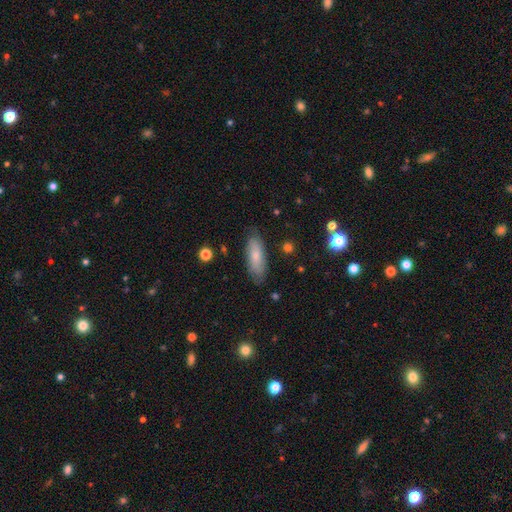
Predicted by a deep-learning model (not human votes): This appears to be a smooth galaxy with no disk features (68%) that is in between round and cigar-shaped (65%). Merging: none (79%).